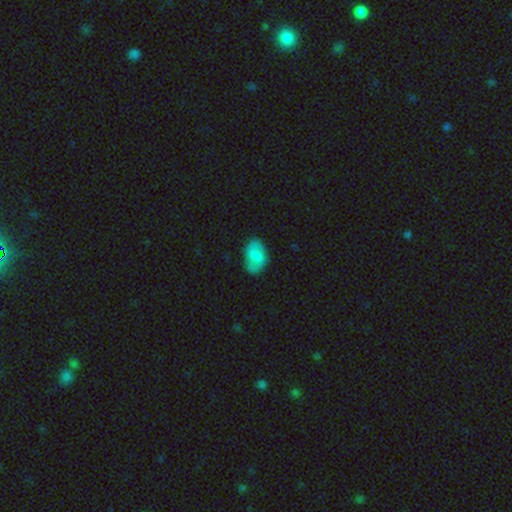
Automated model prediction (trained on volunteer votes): A smooth galaxy with no disk features (68%) that is in between round and cigar-shaped (90%). Merging: none (72%).